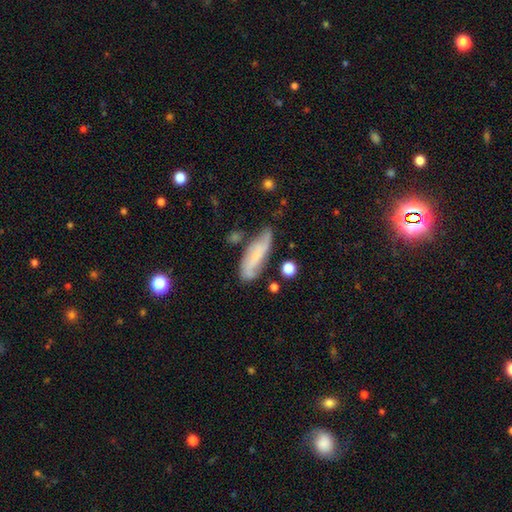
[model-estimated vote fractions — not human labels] featured or disk 49%, smooth 42%, star or artifact 8%. Down the decision tree: merging — none (60%).